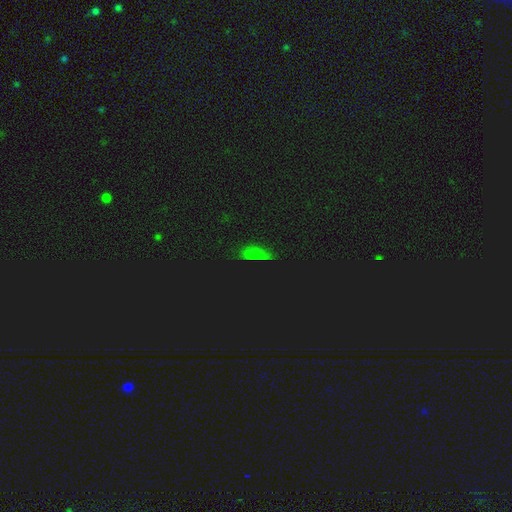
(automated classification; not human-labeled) A star or artifact, not a galaxy (56%).